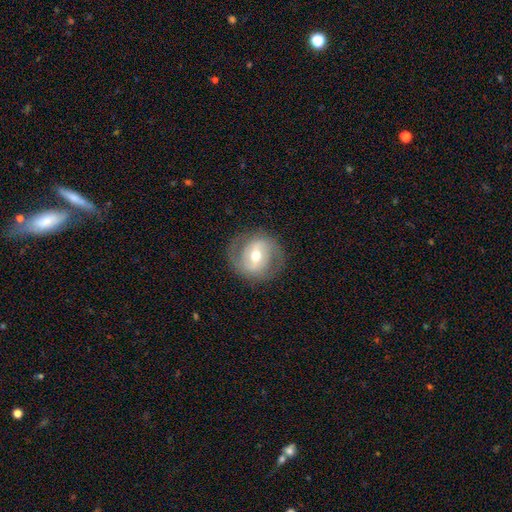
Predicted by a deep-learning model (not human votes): A featured or disk galaxy (71%) with a weak bar (45%), 2 (84%) medium (45%) spiral arms (79%) and a moderate central bulge (68%). Merging: none (81%).